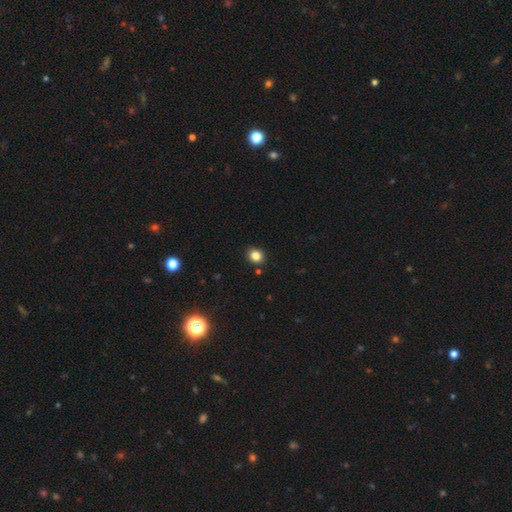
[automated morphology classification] Smooth or featured? smooth (83%)
How rounded? round (68%)
Merging? none (89%)